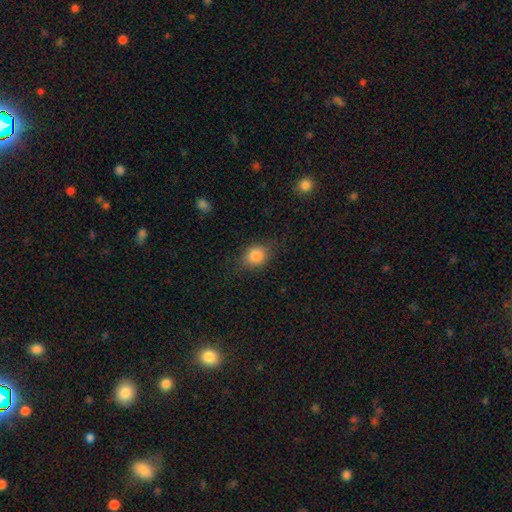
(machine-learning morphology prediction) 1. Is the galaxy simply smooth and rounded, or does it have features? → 84% smooth, 9% star or artifact, 7% featured or disk.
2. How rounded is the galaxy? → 51% in between, 48% round, 1% cigar-shaped.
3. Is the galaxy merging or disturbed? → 78% none, 16% minor disturbance, 5% major disturbance, 1% merger.